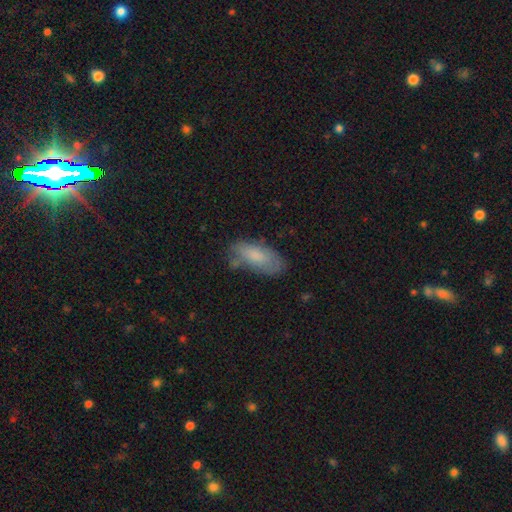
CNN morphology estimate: Q: Smooth or featured?
A: smooth (75%); runner-up: featured or disk (18%)
Q: How rounded?
A: in between (85%); runner-up: cigar-shaped (13%)
Q: Merging?
A: none (62%); runner-up: minor disturbance (26%)